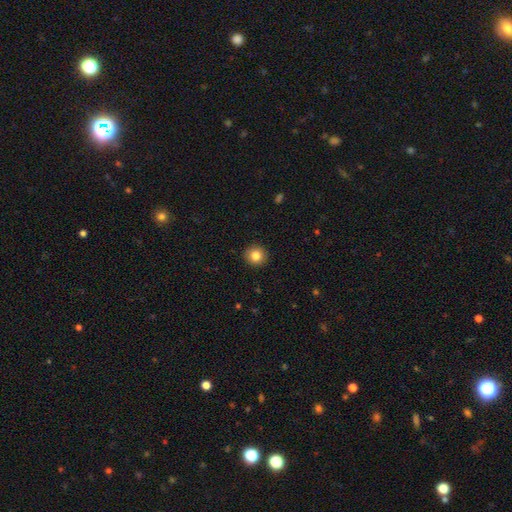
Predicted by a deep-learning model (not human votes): Overall: smooth (83%). How rounded: round (92%). Merging: none (93%).